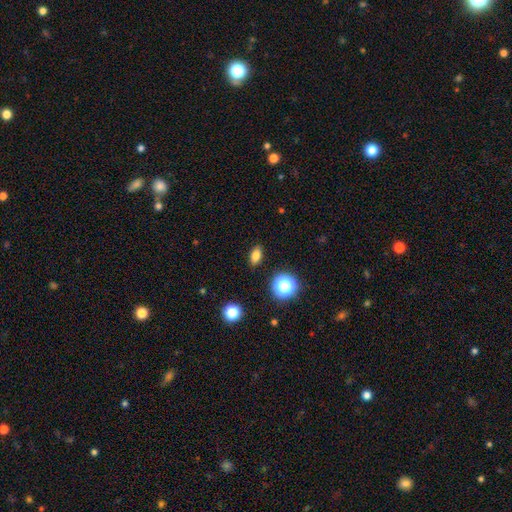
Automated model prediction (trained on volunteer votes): smooth_or_featured: smooth (p=0.80) [alt: star or artifact p=0.15]
how_rounded: in between (p=0.81) [alt: round p=0.15]
merging: none (p=0.89) [alt: minor disturbance p=0.08]